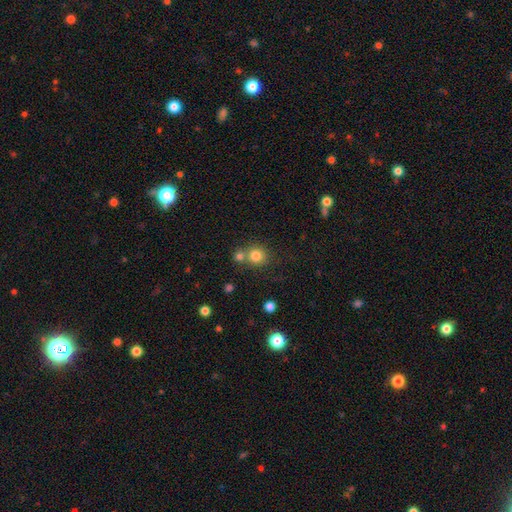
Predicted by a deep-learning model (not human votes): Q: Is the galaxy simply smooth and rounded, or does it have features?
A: smooth — 80%.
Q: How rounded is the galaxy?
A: round — 88%.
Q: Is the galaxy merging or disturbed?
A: none — 58%.